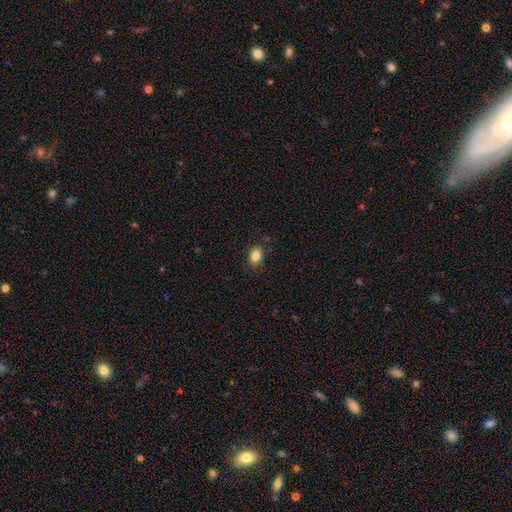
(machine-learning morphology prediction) Smooth or featured? Predicted: smooth (p=0.84). How rounded? Predicted: in between (p=0.73). Merging? Predicted: none (p=0.85).